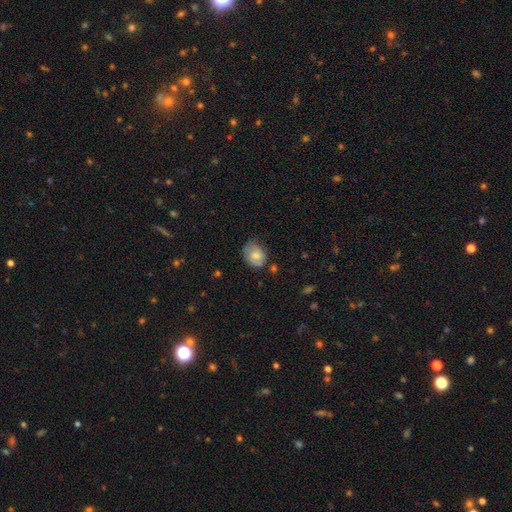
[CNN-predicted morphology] This is likely a smooth galaxy (72%). How rounded: possibly in between (55%). Merging: possibly none (57%).